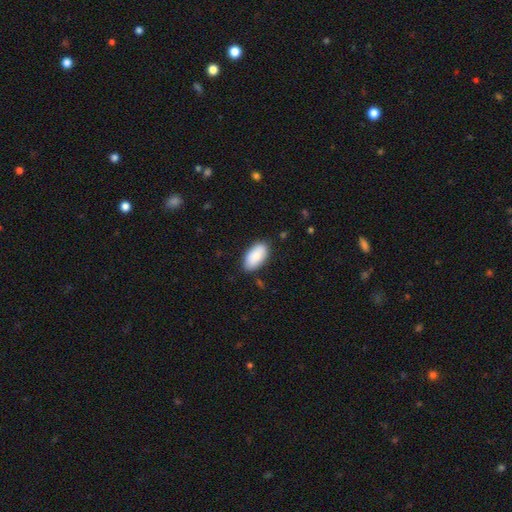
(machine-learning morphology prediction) Smooth or featured?
  - smooth: 87% *
  - featured or disk: 7%
  - star or artifact: 6%
How rounded?
  - in between: 95% *
  - cigar-shaped: 3%
  - round: 2%
Merging?
  - none: 84% *
  - minor disturbance: 13%
  - major disturbance: 2%
  - merger: 1%